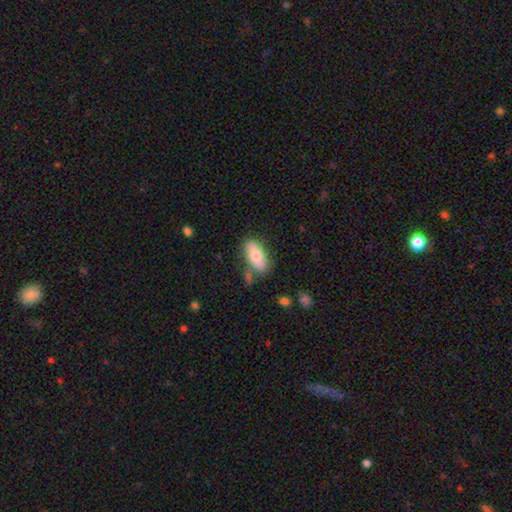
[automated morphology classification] This is likely a smooth galaxy (73%). How rounded: clearly in between (91%). Merging: likely none (67%).